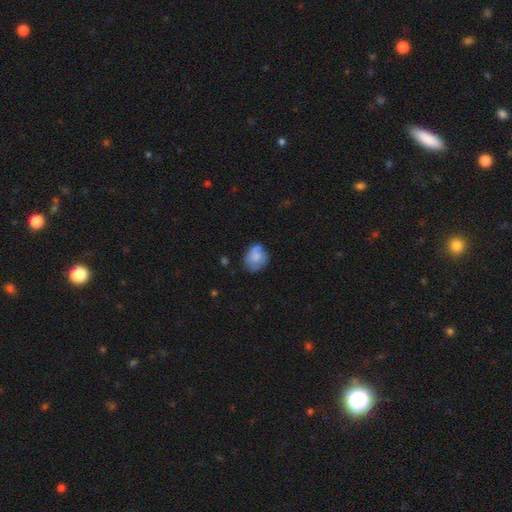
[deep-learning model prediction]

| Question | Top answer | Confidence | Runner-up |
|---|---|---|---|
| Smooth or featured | smooth | 71% | featured or disk (21%) |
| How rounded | round | 55% | in between (44%) |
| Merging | none | 54% | minor disturbance (31%) |